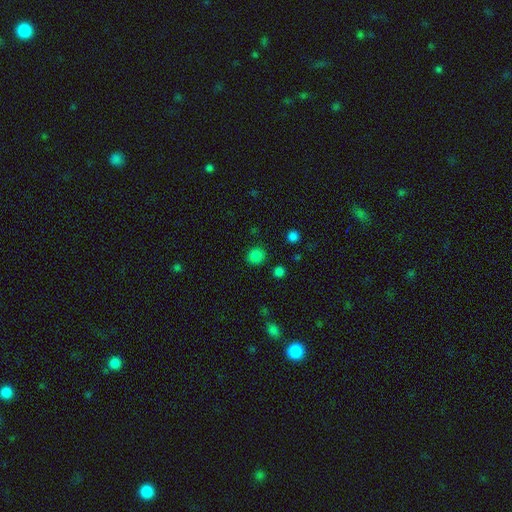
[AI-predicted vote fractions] Q: Smooth or featured?
A: smooth (82%); runner-up: star or artifact (15%)
Q: How rounded?
A: round (82%); runner-up: in between (17%)
Q: Merging?
A: none (86%); runner-up: minor disturbance (8%)